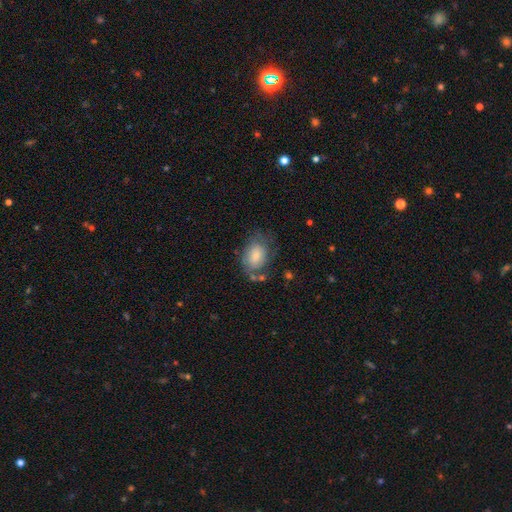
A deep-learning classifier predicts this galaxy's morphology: smooth_or_featured: smooth (p=0.71) [alt: featured or disk p=0.21]
how_rounded: in between (p=0.80) [alt: round p=0.19]
merging: none (p=0.53) [alt: minor disturbance p=0.26]